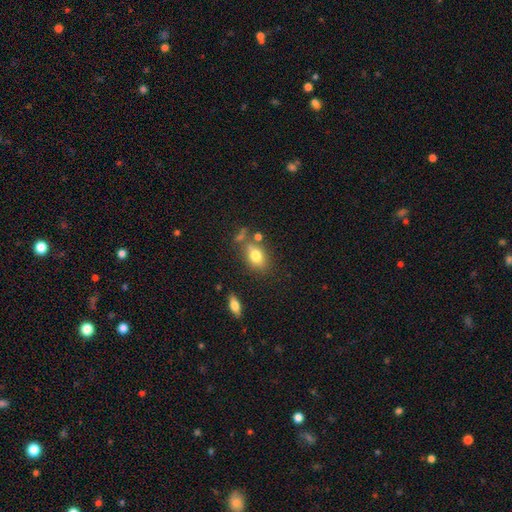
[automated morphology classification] smooth 77%, featured or disk 13%, star or artifact 10%. Down the decision tree: how rounded — in between (74%); merging — none (62%).